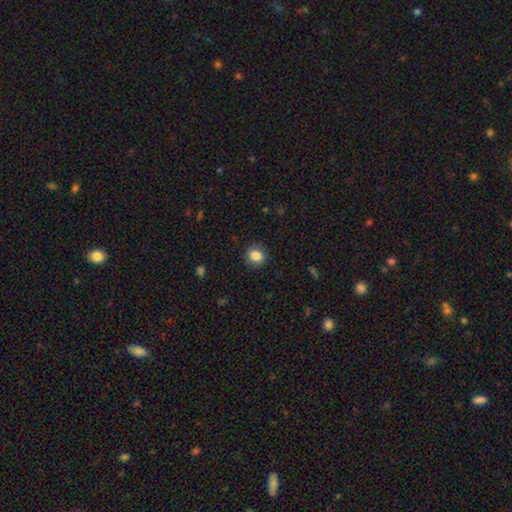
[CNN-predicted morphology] smooth-or-featured: smooth: 85% | star or artifact: 9% | featured or disk: 6%
  how-rounded: round: 76% | in between: 23% | cigar-shaped: 1%
  merging: none: 87% | minor disturbance: 9% | major disturbance: 3% | merger: 1%